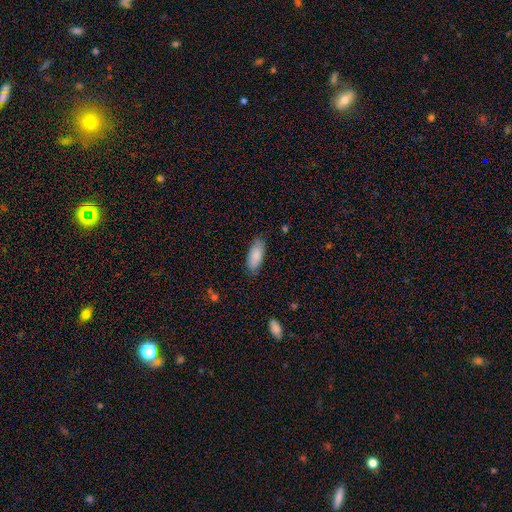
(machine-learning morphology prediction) Smooth or featured?
  - smooth: 86% *
  - featured or disk: 8%
  - star or artifact: 6%
How rounded?
  - in between: 85% *
  - cigar-shaped: 14%
  - round: 2%
Merging?
  - none: 78% *
  - minor disturbance: 17%
  - major disturbance: 3%
  - merger: 1%